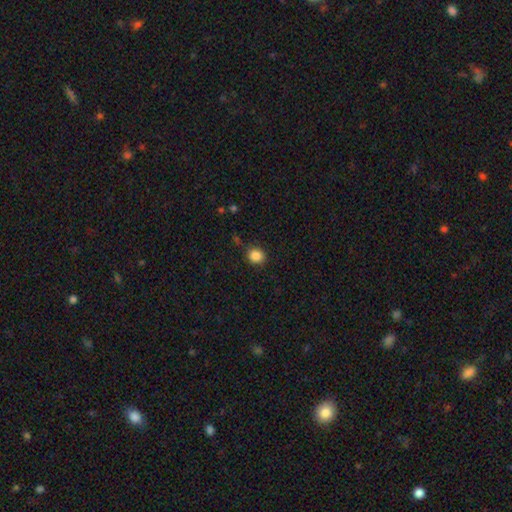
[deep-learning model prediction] smooth_or_featured: smooth (p=0.86) [alt: star or artifact p=0.10]
how_rounded: round (p=0.84) [alt: in between p=0.15]
merging: none (p=0.85) [alt: minor disturbance p=0.10]